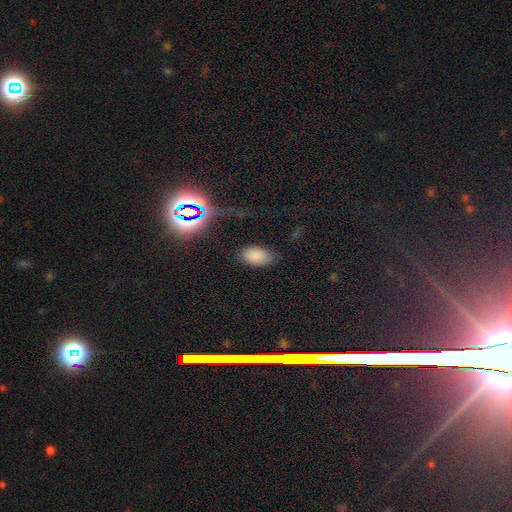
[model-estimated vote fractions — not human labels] A smooth galaxy with no disk features (82%) that is in between round and cigar-shaped (94%). Merging: none (73%).